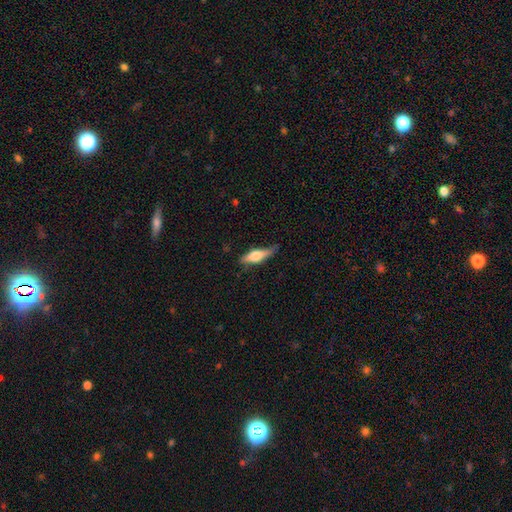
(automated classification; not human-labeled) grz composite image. It shows a smooth galaxy with no disk features (51%) that is cigar-shaped (56%). Merging: none (63%).